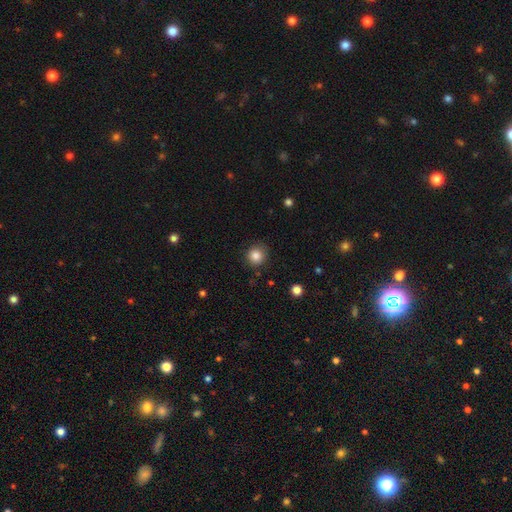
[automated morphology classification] Overall: smooth (84%). How rounded: round (90%). Merging: none (86%).